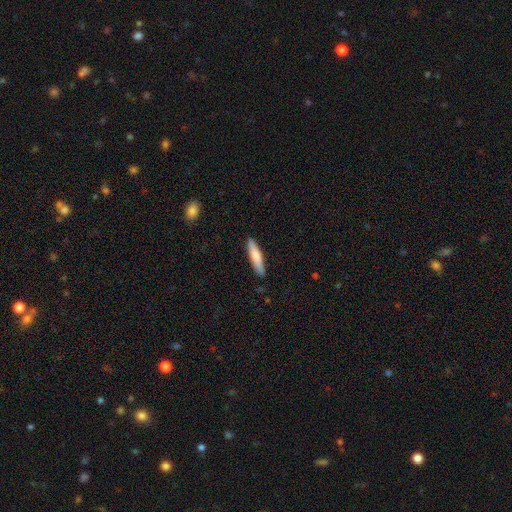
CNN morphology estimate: A smooth galaxy with no disk features (71%) that is cigar-shaped (83%).

Vote fractions:
- Smooth or featured? smooth: 71% / featured or disk: 24% / star or artifact: 5%
- How rounded? cigar-shaped: 83% / in between: 15% / round: 1%
- Merging? none: 89% / minor disturbance: 8% / major disturbance: 2% / merger: 1%